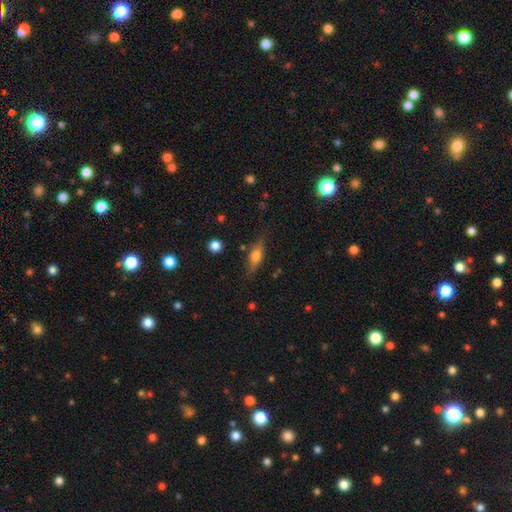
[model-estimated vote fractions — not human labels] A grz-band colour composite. It shows a smooth galaxy with no disk features (59%) that is in between round and cigar-shaped (60%). Merging: none (77%).